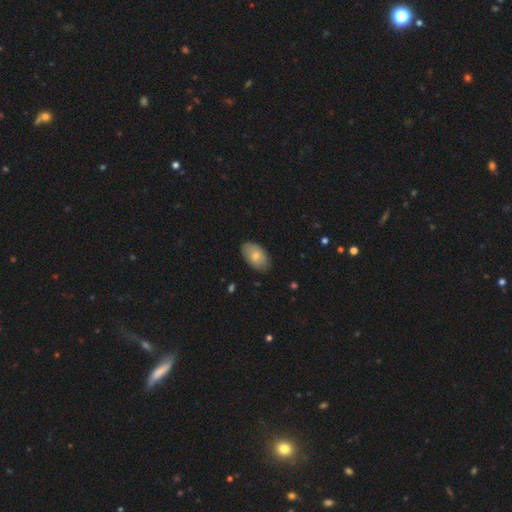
Volunteers were most divided on "merging": none: 81%, minor disturbance: 16%, major disturbance: 3%, merger: 0%. More confident: smooth or featured — smooth (92%); how rounded — in between (91%).